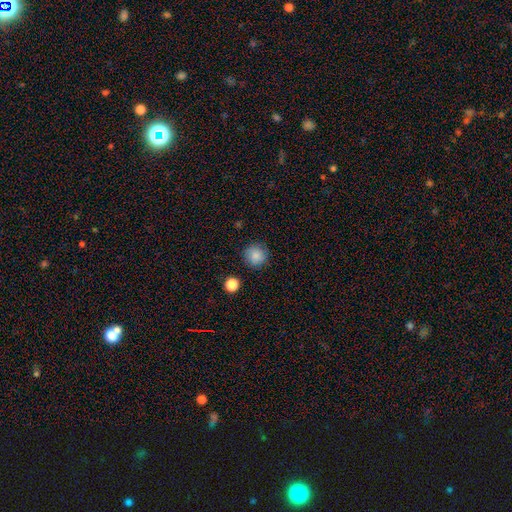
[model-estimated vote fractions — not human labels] Smooth or featured? smooth (85%)
How rounded? round (94%)
Merging? none (87%)